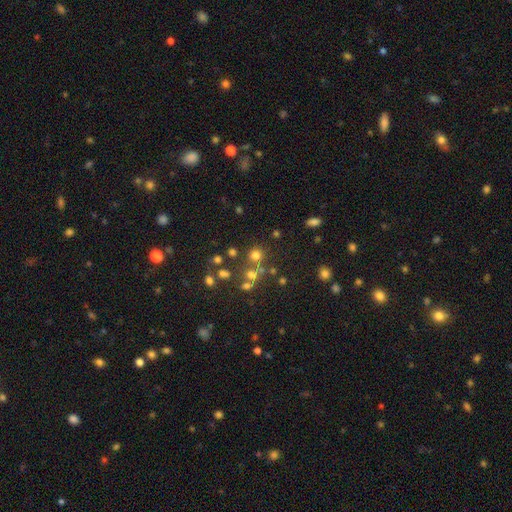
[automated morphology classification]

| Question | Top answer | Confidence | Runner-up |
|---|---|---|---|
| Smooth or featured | smooth | 65% | star or artifact (24%) |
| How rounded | round | 88% | in between (10%) |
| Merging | none | 65% | merger (21%) |